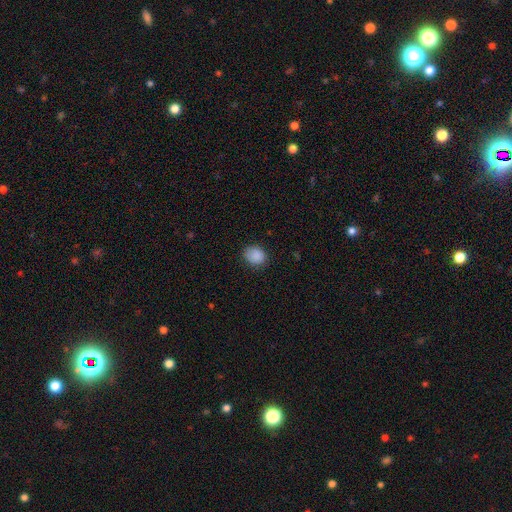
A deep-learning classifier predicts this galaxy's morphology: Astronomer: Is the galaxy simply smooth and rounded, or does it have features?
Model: smooth — 88%.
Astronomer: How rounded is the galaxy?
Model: round — 59% (runner-up: in between, 40%).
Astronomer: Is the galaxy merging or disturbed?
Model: none — 80%.